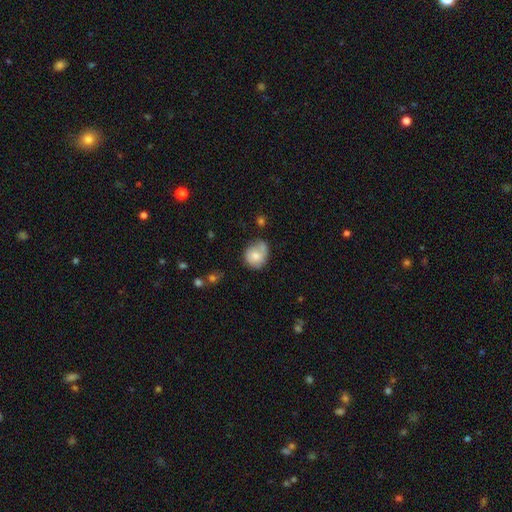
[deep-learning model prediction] A smooth galaxy with no disk features (68%) that is round (63%). Merging: none (43%).